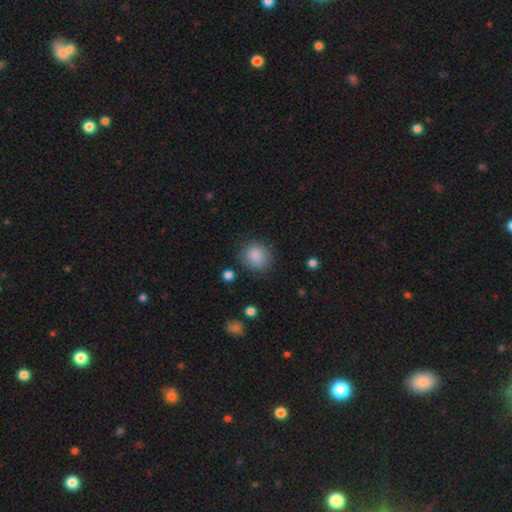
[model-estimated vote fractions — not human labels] This appears to be a smooth galaxy with no disk features (86%) that is round (83%). Merging: none (81%).